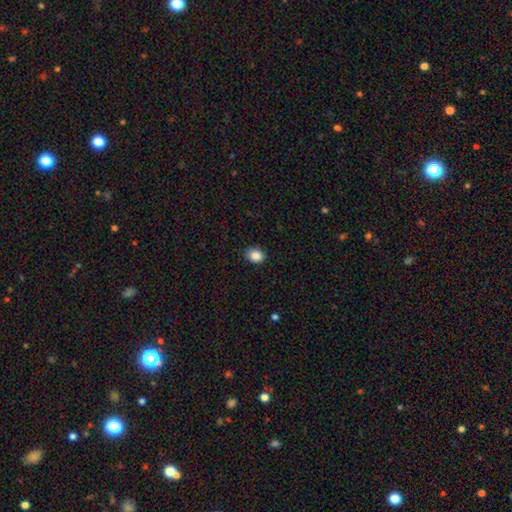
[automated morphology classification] smooth_or_featured: smooth (p=0.87) [alt: star or artifact p=0.09]
how_rounded: in between (p=0.59) [alt: round p=0.40]
merging: none (p=0.89) [alt: minor disturbance p=0.08]